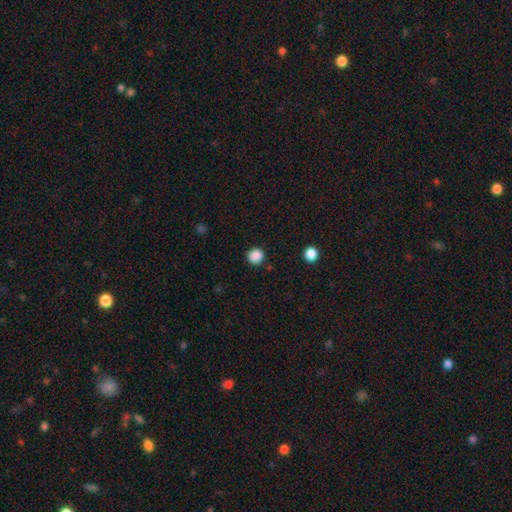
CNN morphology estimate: Smooth or featured? Predicted: smooth (p=0.87). How rounded? Predicted: round (p=0.93). Merging? Predicted: none (p=0.89).